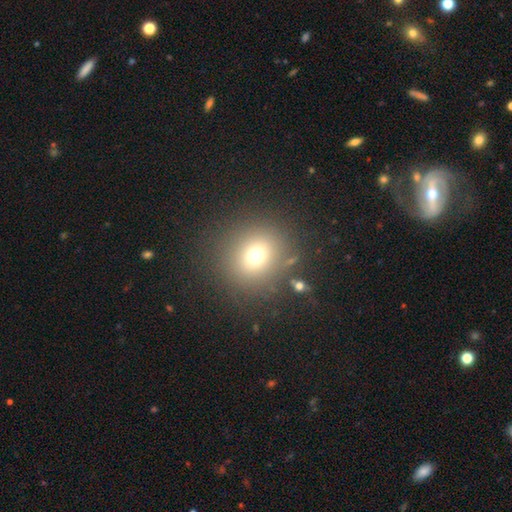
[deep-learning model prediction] Smooth or featured? Predicted: smooth (p=0.70). How rounded? Predicted: round (p=0.87). Merging? Predicted: none (p=0.84).